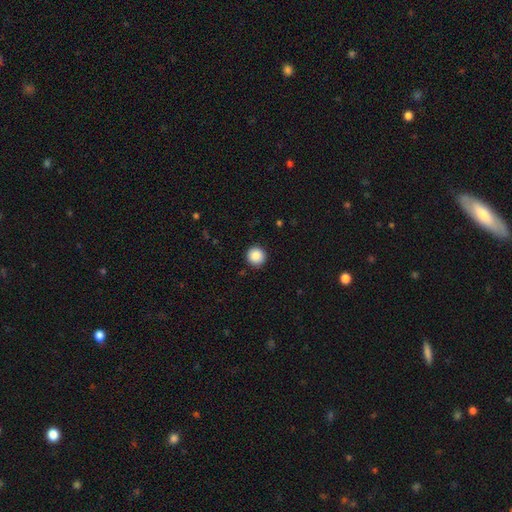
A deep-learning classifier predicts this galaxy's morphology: smooth 88%, star or artifact 9%, featured or disk 3%. Down the decision tree: how rounded — round (95%); merging — none (92%).